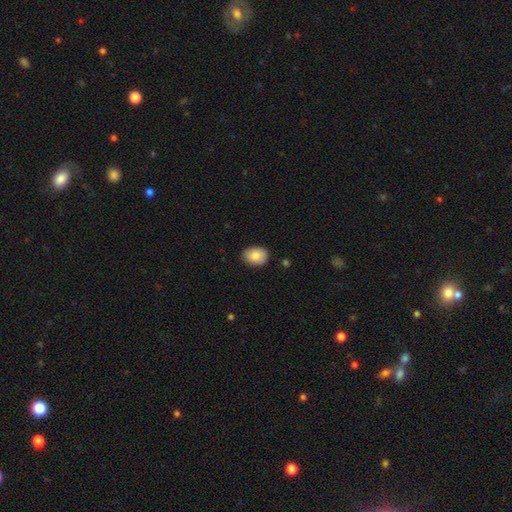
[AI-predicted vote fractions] This is clearly a smooth galaxy (85%). How rounded: likely in between (71%). Merging: clearly none (86%).